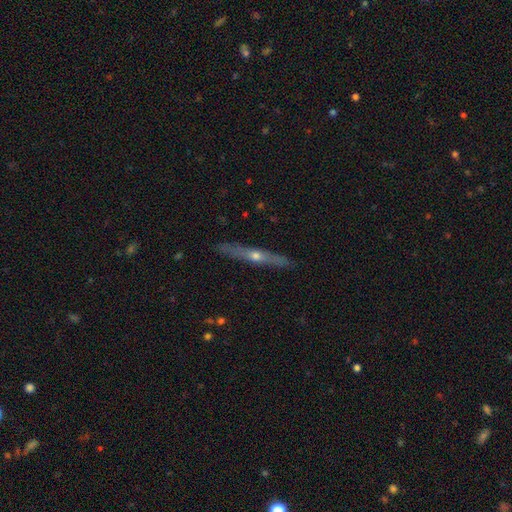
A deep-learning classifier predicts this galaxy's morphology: Smooth or featured? featured or disk (73%)
Edge-on disk? yes (93%)
Edge-on bulge? rounded (90%)
Merging? none (88%)